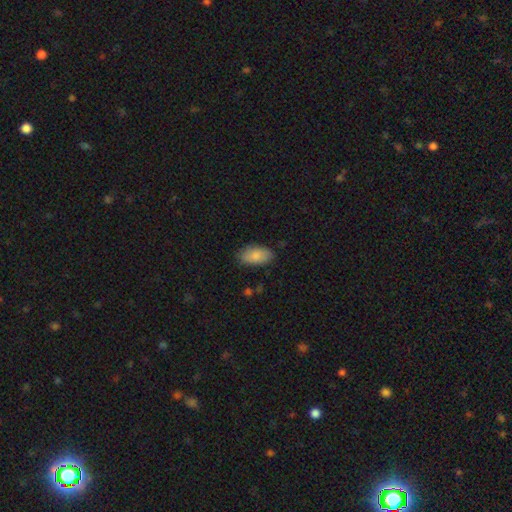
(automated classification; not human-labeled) This is clearly a smooth galaxy (85%). How rounded: clearly in between (93%). Merging: clearly none (81%).